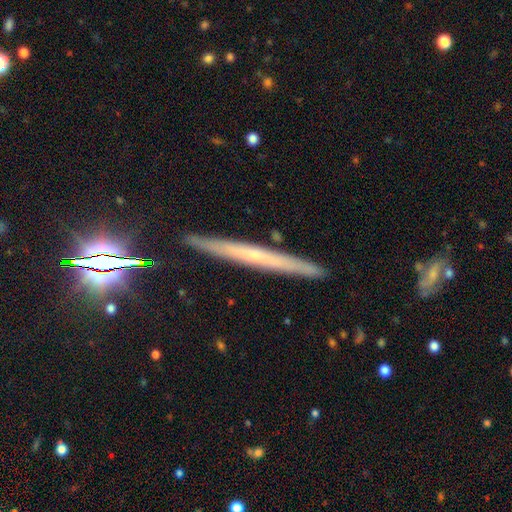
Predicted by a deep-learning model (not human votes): This appears to be a featured or disk galaxy (56%) viewed edge-on (95%) with no central bulge (73%). Merging: none (90%).